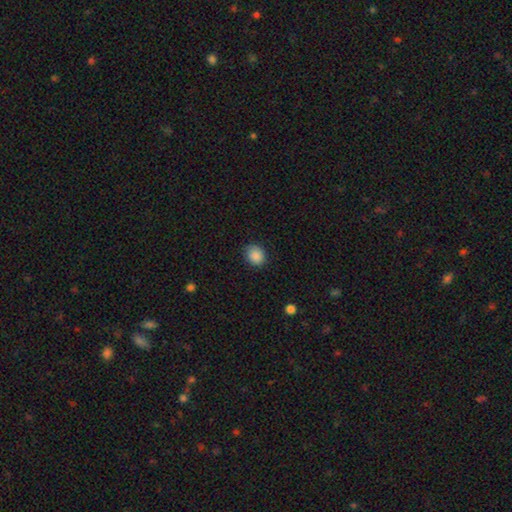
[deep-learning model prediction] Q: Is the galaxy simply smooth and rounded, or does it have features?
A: smooth — 87%.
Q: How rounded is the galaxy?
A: round — 70%.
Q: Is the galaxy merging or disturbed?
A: none — 83%.